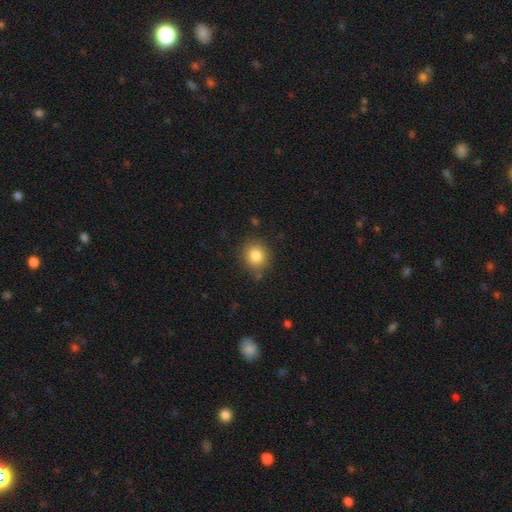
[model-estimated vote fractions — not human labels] Smooth or featured? Predicted: smooth (p=0.83). How rounded? Predicted: round (p=0.79). Merging? Predicted: none (p=0.83).